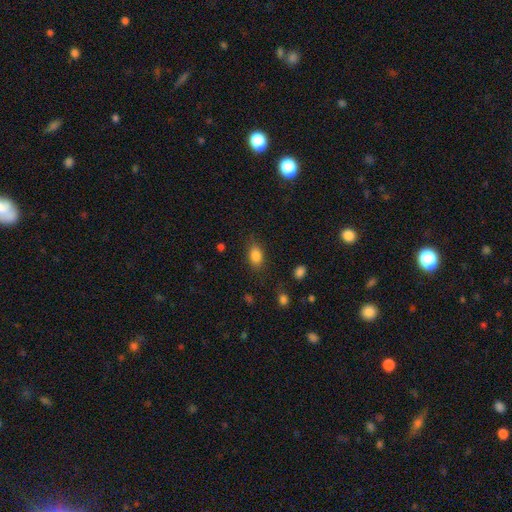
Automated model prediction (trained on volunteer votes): smooth 83%, star or artifact 9%, featured or disk 7%. Down the decision tree: how rounded — in between (82%); merging — none (78%).